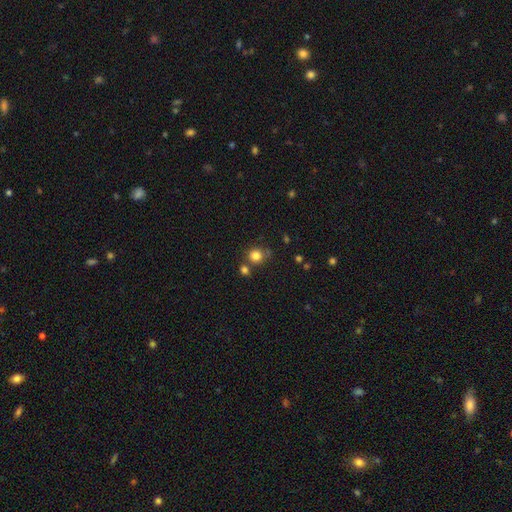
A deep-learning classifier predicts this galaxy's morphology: The model was most divided on "merging": none: 69%, merger: 17%, minor disturbance: 11%, major disturbance: 4%. More confident: how rounded — round (88%); smooth or featured — smooth (82%).